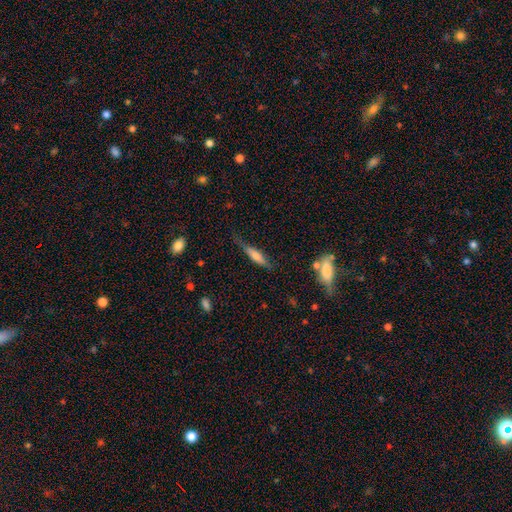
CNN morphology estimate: Smooth or featured? smooth (57%)
How rounded? cigar-shaped (73%)
Merging? none (58%)